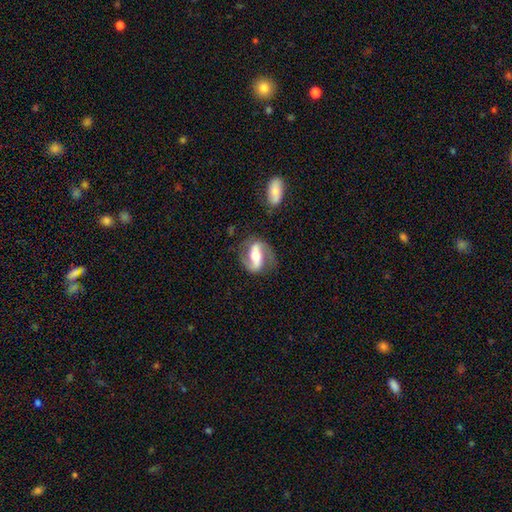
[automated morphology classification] featured or disk 81%, smooth 14%, star or artifact 5%. Down the decision tree: edge-on disk — no (94%); bar — strong (57%); spiral arms — yes (91%); spiral arm count — 2 (90%); spiral winding — medium (48%); bulge size — moderate (61%); merging — none (75%).